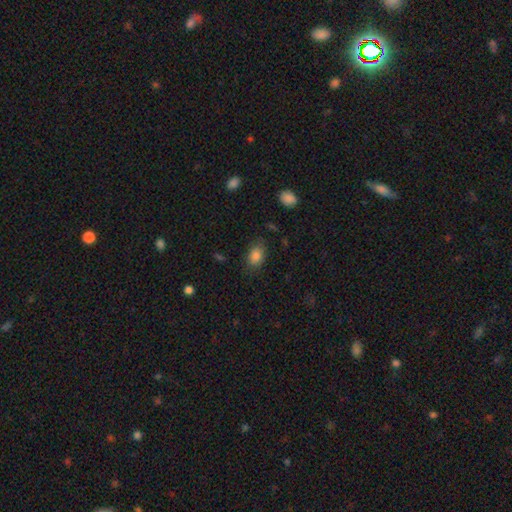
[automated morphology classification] type=smooth (85%); roundness=in between (80%); merging=none (78%).